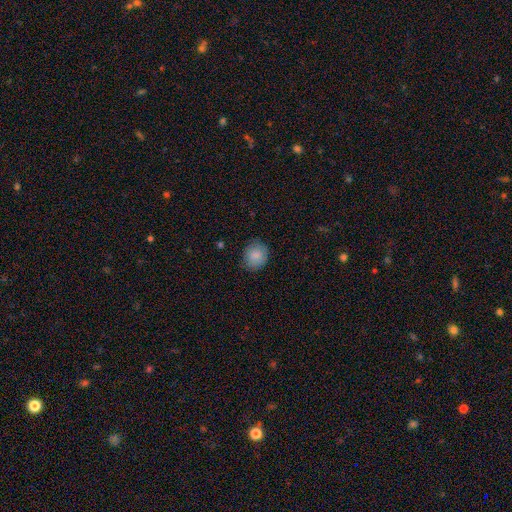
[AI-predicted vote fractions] This appears to be a smooth galaxy with no disk features (85%) that is round (75%). Merging: none (81%).